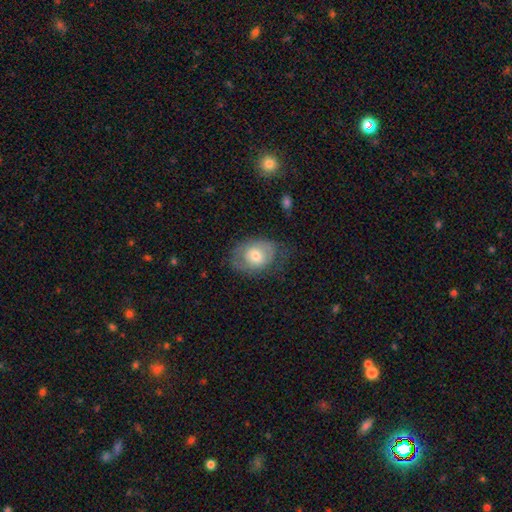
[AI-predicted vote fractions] Smooth or featured? smooth (58%)
How rounded? in between (65%)
Merging? none (61%)